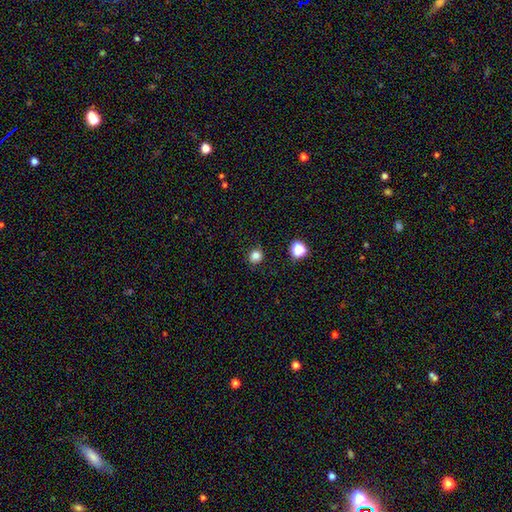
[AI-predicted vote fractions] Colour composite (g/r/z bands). It shows a smooth galaxy with no disk features (81%) that is round (88%). Merging: none (88%).